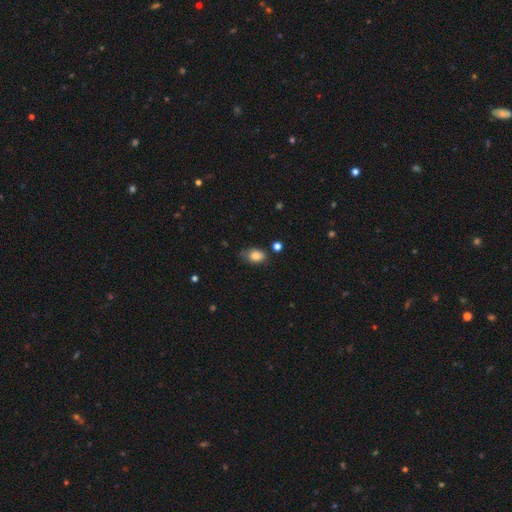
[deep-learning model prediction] Smooth or featured? Predicted: smooth (p=0.83). How rounded? Predicted: in between (p=0.81). Merging? Predicted: none (p=0.59).